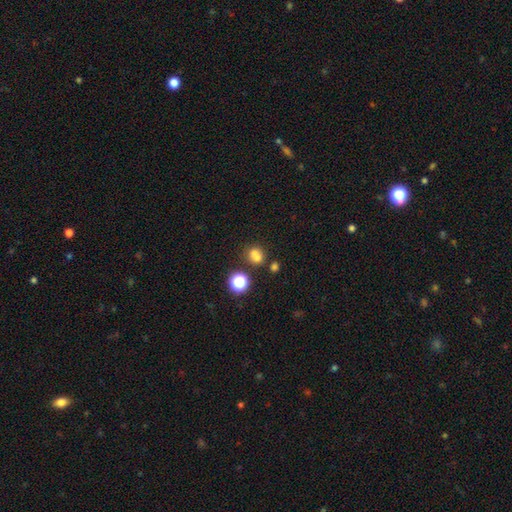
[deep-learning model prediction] A smooth galaxy with no disk features (72%) that is round (71%).

Vote fractions:
- Smooth or featured? smooth: 72% / star or artifact: 19% / featured or disk: 9%
- How rounded? round: 71% / in between: 27% / cigar-shaped: 1%
- Merging? none: 51% / merger: 32% / minor disturbance: 11% / major disturbance: 5%